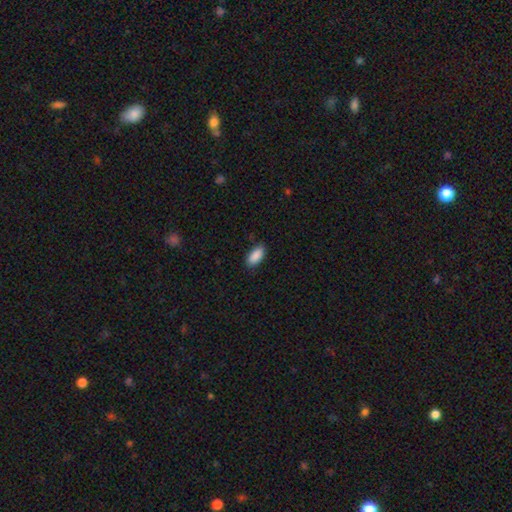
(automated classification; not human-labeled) smooth 90%, star or artifact 6%, featured or disk 3%. Down the decision tree: how rounded — in between (90%); merging — none (86%).